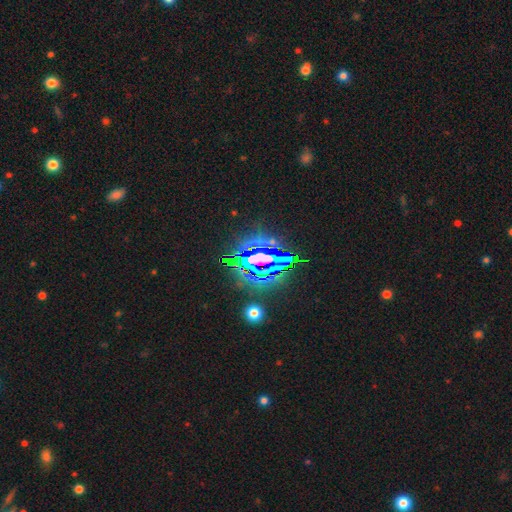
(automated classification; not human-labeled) smooth_or_featured: star or artifact (p=0.74) [alt: featured or disk p=0.13]